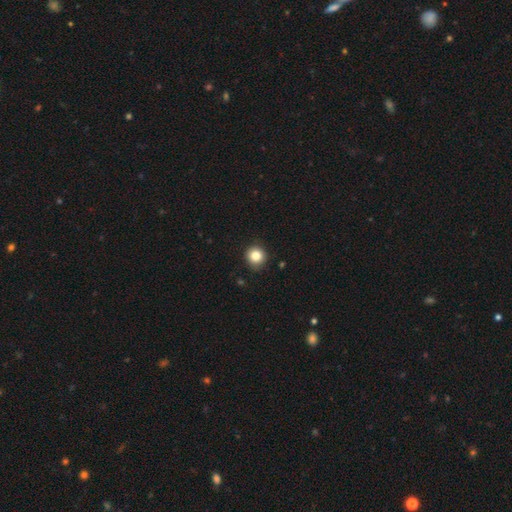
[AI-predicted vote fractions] This appears to be a smooth galaxy with no disk features (83%) that is round (92%). Merging: none (89%).